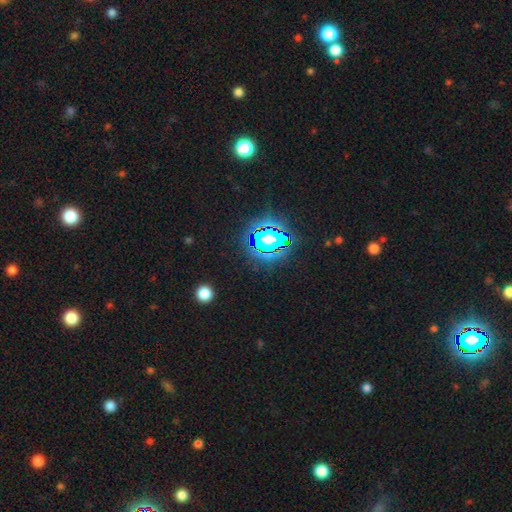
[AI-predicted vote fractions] Q: Smooth or featured?
A: star or artifact (83%); runner-up: smooth (11%)